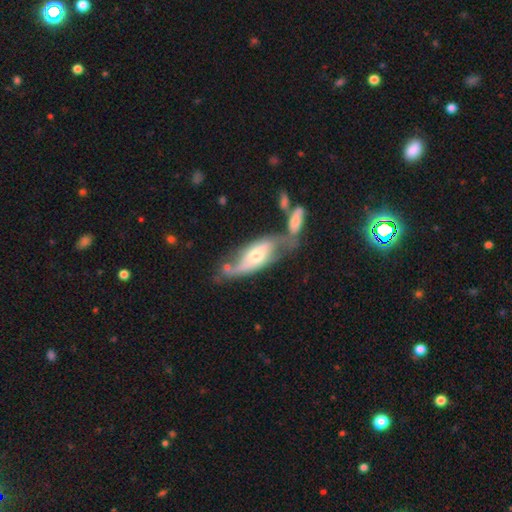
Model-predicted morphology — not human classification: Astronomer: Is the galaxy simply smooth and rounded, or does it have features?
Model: featured or disk — 60%.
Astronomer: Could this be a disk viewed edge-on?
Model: no — 80%.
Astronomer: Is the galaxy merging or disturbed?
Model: merger — 43% (runner-up: none, 27%).